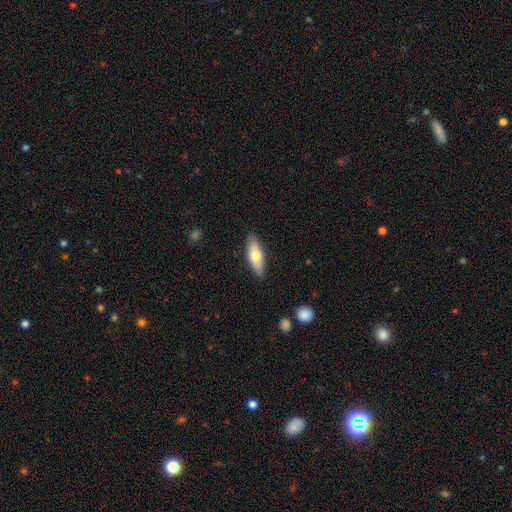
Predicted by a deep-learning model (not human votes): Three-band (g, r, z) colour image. It shows a smooth galaxy with no disk features (64%) that is in between round and cigar-shaped (64%). Merging: none (85%).